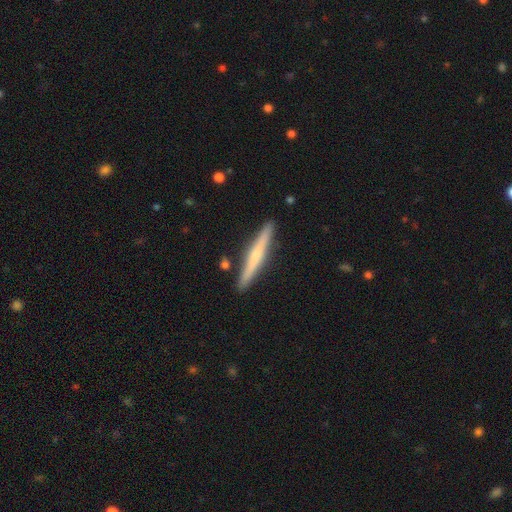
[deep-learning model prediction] This is possibly a featured or disk galaxy (52%). It is clearly viewed edge-on (97%). Edge-on bulge: possibly rounded (51%). Merging: clearly none (89%).